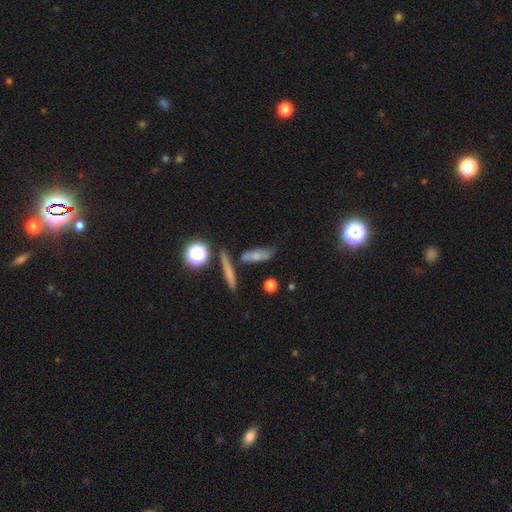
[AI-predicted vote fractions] The model was most divided on "how rounded": in between: 47%, cigar-shaped: 44%, round: 9%. More confident: smooth or featured — smooth (61%); merging — none (55%).